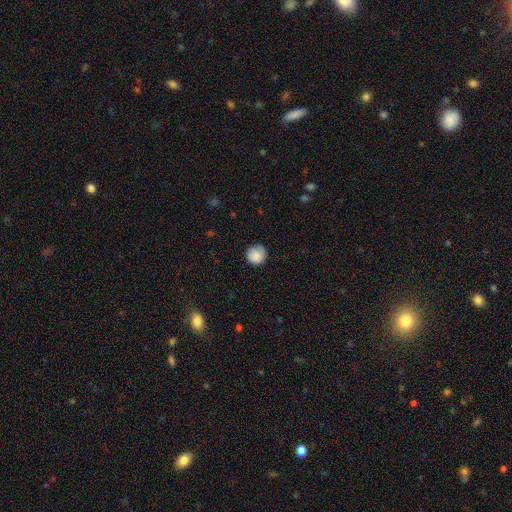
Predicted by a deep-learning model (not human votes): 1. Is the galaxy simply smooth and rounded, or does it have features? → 82% smooth, 11% featured or disk, 8% star or artifact.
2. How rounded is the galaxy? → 93% round, 6% in between, 1% cigar-shaped.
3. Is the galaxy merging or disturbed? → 80% none, 16% minor disturbance, 4% major disturbance, 1% merger.